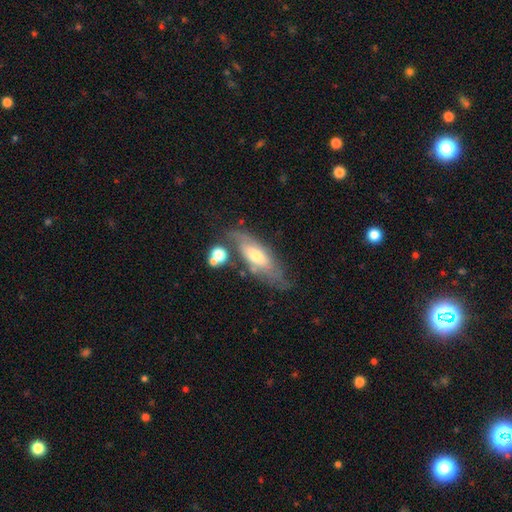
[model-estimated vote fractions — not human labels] featured or disk 60%, smooth 33%, star or artifact 7%. Down the decision tree: edge-on disk — no (72%); merging — none (56%).